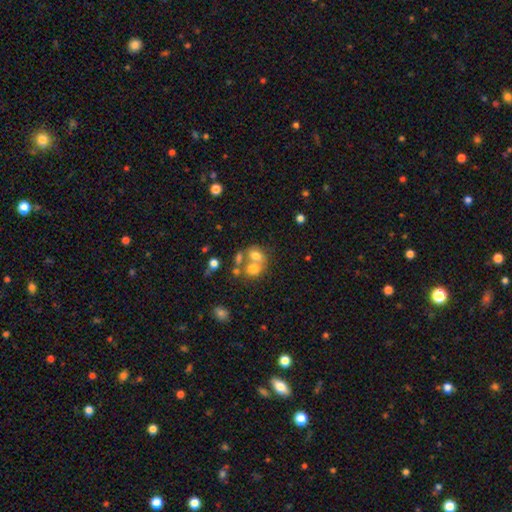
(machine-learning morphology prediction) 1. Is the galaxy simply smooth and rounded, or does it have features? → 66% smooth, 20% featured or disk, 14% star or artifact.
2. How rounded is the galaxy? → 52% in between, 46% round, 1% cigar-shaped.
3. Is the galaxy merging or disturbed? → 54% merger, 30% none, 9% minor disturbance, 6% major disturbance.